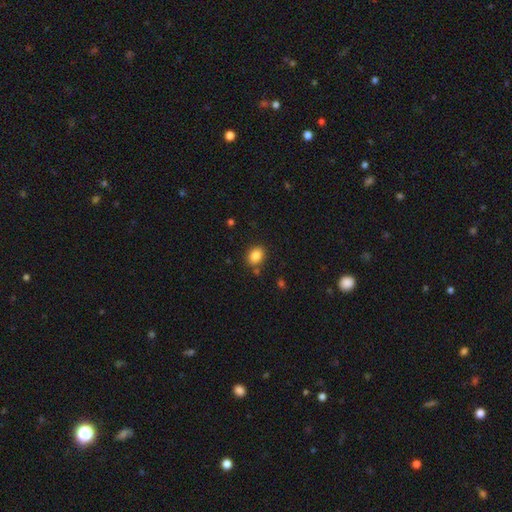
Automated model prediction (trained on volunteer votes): Smooth or featured?
  - smooth: 86% *
  - star or artifact: 10%
  - featured or disk: 5%
How rounded?
  - in between: 60% *
  - round: 39%
  - cigar-shaped: 1%
Merging?
  - none: 83% *
  - minor disturbance: 10%
  - merger: 4%
  - major disturbance: 3%